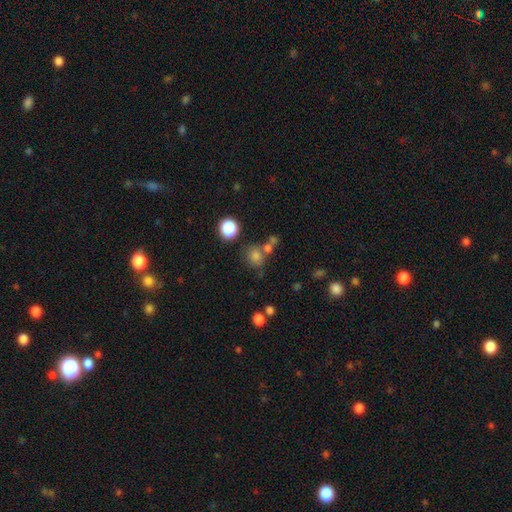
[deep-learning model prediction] The model was most divided on "merging": none: 61%, merger: 23%, minor disturbance: 11%, major disturbance: 5%. More confident: how rounded — round (84%); smooth or featured — smooth (73%).